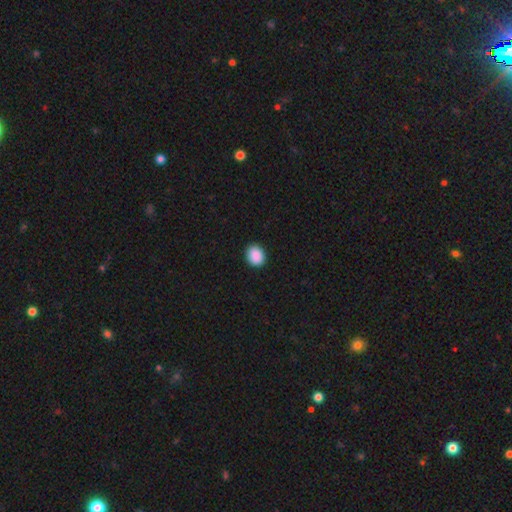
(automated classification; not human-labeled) Overall: smooth (90%). How rounded: round (57%; in between 42%). Merging: none (91%).